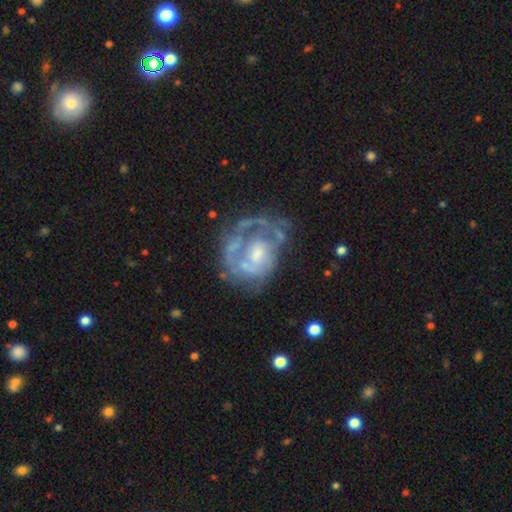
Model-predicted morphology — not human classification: Smooth or featured?
  - featured or disk: 75% *
  - smooth: 17%
  - star or artifact: 8%
Edge-on disk?
  - no: 98% *
  - yes: 2%
Bar?
  - no: 72% *
  - weak: 23%
  - strong: 5%
Spiral arms?
  - yes: 51% *
  - no: 49%
Bulge size?
  - moderate: 45% *
  - small: 29%
  - none: 16%
  - large: 8%
  - dominant: 2%
Merging?
  - none: 42% *
  - major disturbance: 30%
  - minor disturbance: 21%
  - merger: 7%